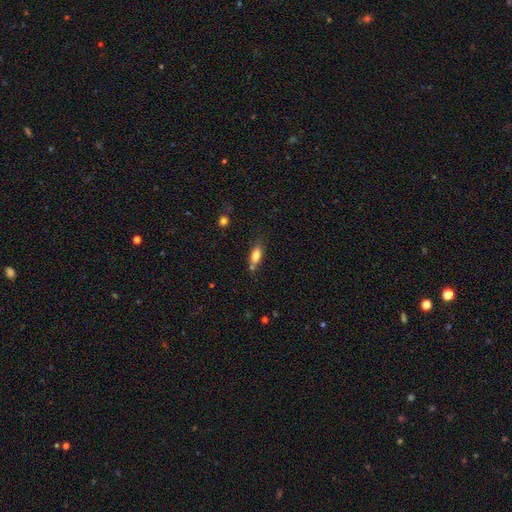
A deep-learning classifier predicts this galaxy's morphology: Smooth or featured?
  - smooth: 78% *
  - featured or disk: 14%
  - star or artifact: 8%
How rounded?
  - in between: 79% *
  - cigar-shaped: 17%
  - round: 4%
Merging?
  - none: 62% *
  - minor disturbance: 20%
  - merger: 13%
  - major disturbance: 5%